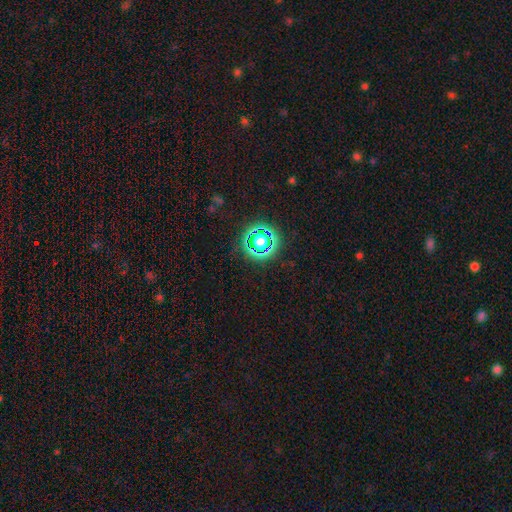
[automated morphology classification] Smooth or featured: star or artifact — 72% (smooth — 20%)